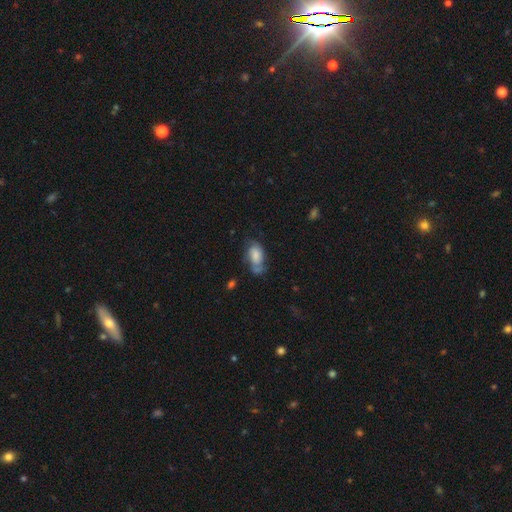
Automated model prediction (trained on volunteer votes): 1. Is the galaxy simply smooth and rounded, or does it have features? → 58% smooth, 34% featured or disk, 8% star or artifact.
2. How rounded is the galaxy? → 91% in between, 5% round, 4% cigar-shaped.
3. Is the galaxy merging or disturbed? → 43% none, 31% minor disturbance, 18% major disturbance, 8% merger.